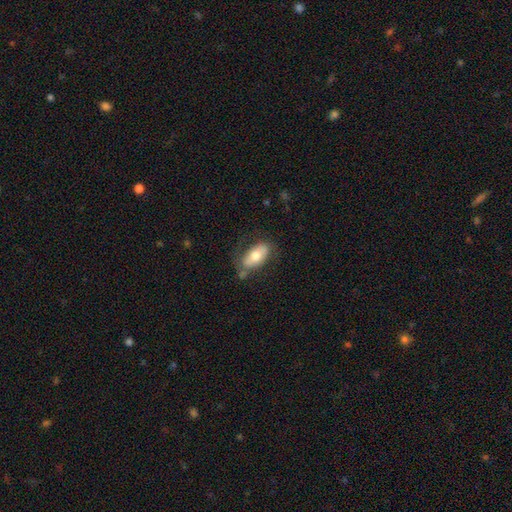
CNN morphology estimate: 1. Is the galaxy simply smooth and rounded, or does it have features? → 65% smooth, 29% featured or disk, 6% star or artifact.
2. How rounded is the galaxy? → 89% in between, 7% cigar-shaped, 3% round.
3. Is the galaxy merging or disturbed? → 65% none, 20% minor disturbance, 8% major disturbance, 6% merger.